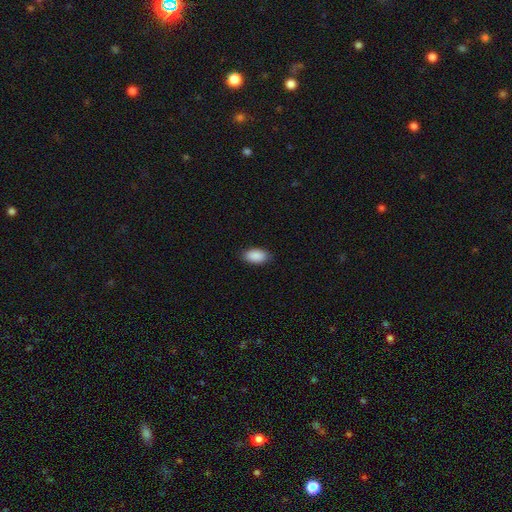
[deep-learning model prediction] Smooth or featured? Predicted: smooth (p=0.91). How rounded? Predicted: in between (p=0.94). Merging? Predicted: none (p=0.87).